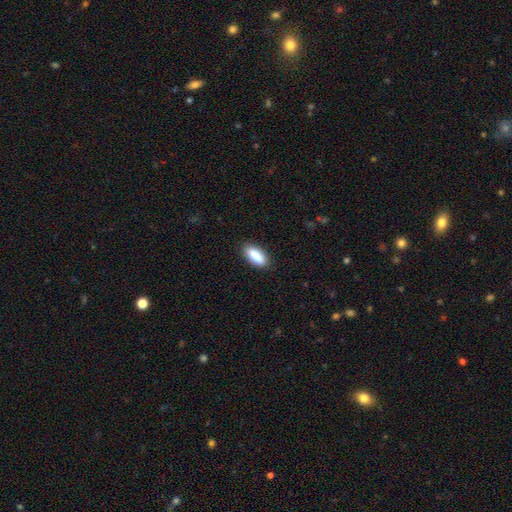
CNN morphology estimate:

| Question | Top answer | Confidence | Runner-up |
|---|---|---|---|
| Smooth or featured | smooth | 88% | star or artifact (6%) |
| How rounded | in between | 77% | cigar-shaped (21%) |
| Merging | none | 88% | minor disturbance (9%) |